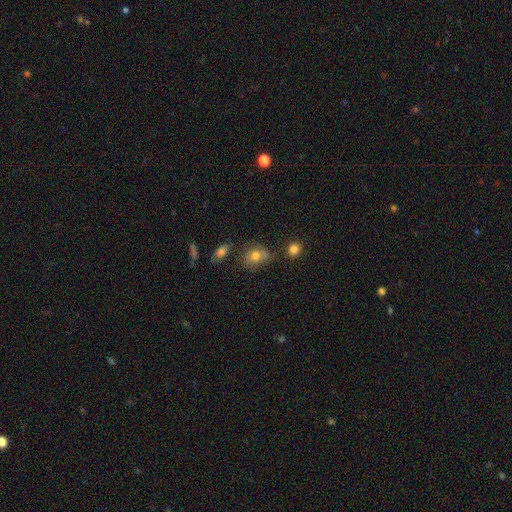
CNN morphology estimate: A smooth galaxy with no disk features (72%) that is round (51%). Merging: none (60%).